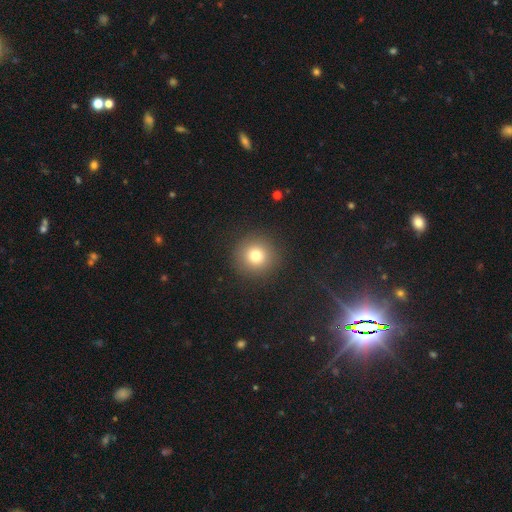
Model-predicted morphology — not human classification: This is likely a smooth galaxy (78%). How rounded: clearly round (94%). Merging: clearly none (91%).